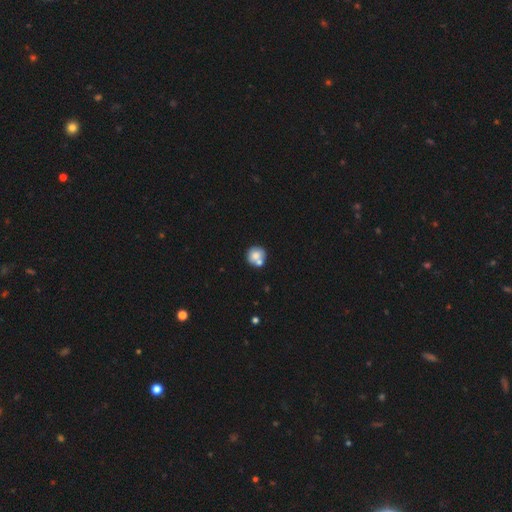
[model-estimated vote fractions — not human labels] Smooth or featured?
  - smooth: 72% *
  - featured or disk: 19%
  - star or artifact: 8%
How rounded?
  - round: 88% *
  - in between: 11%
  - cigar-shaped: 1%
Merging?
  - none: 53% *
  - merger: 31%
  - minor disturbance: 12%
  - major disturbance: 4%